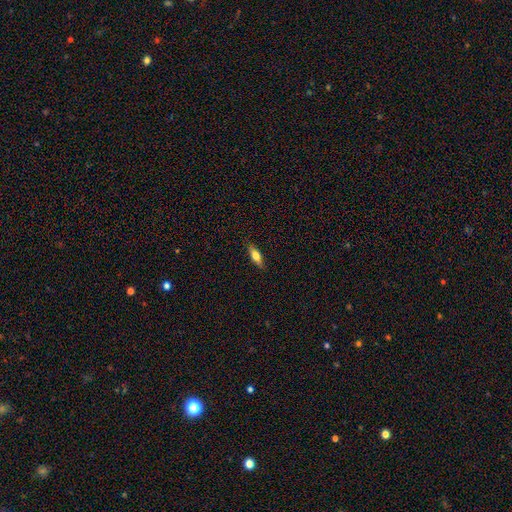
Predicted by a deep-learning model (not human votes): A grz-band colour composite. It shows a smooth galaxy with no disk features (65%) that is in between round and cigar-shaped (59%). Merging: none (86%).